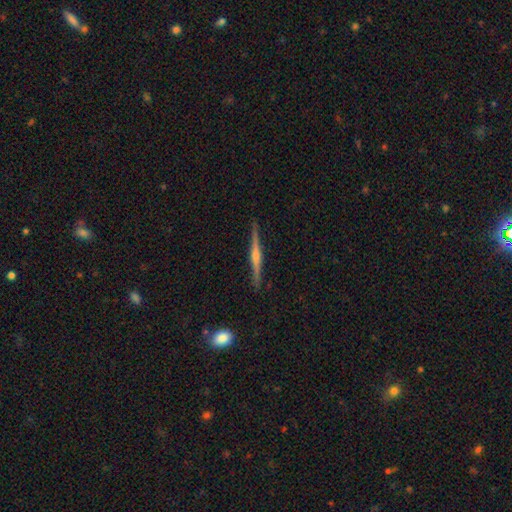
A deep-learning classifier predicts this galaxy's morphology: This is clearly a featured or disk galaxy (82%). It is clearly viewed edge-on (98%). Edge-on bulge: clearly rounded (85%). Merging: clearly none (91%).